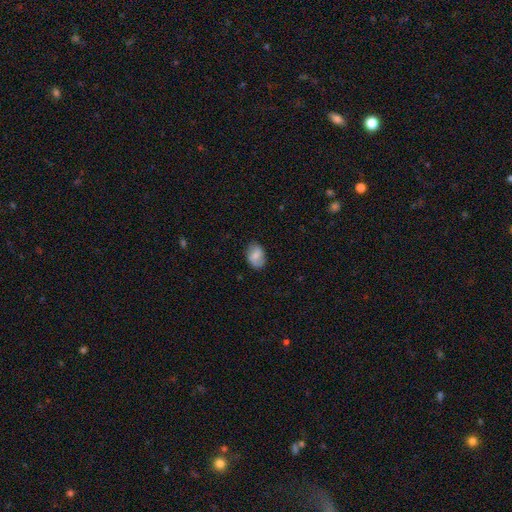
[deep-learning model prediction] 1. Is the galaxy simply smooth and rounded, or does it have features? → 69% smooth, 23% featured or disk, 7% star or artifact.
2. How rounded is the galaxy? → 81% in between, 18% round, 1% cigar-shaped.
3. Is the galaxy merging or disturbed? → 77% none, 18% minor disturbance, 4% major disturbance, 1% merger.